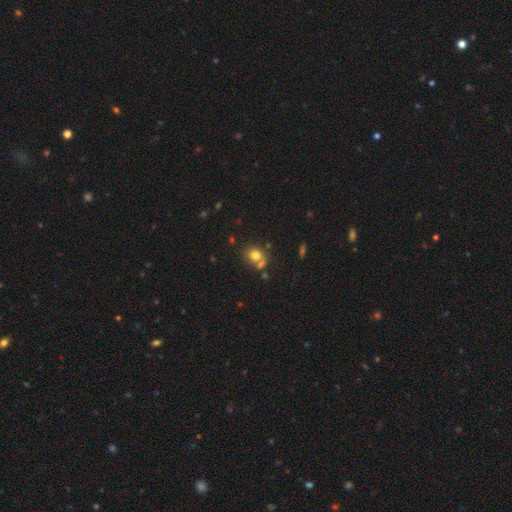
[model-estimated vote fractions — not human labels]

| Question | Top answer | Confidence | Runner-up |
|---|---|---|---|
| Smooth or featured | smooth | 76% | star or artifact (12%) |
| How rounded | round | 69% | in between (30%) |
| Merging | none | 53% | merger (29%) |